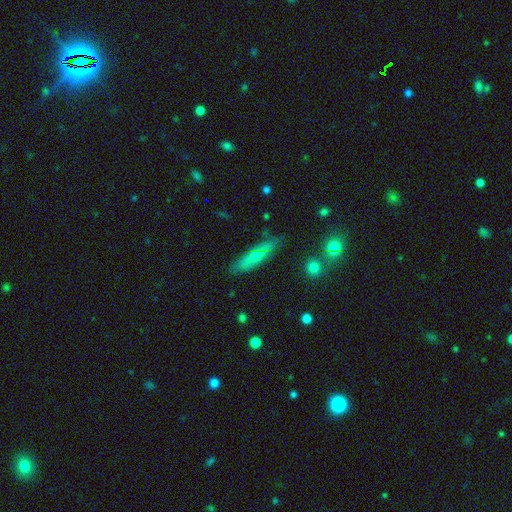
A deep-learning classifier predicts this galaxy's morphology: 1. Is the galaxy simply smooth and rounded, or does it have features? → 52% smooth, 40% featured or disk, 8% star or artifact.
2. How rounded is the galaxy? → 75% cigar-shaped, 22% in between, 3% round.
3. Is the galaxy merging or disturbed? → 77% none, 16% minor disturbance, 4% major disturbance, 3% merger.